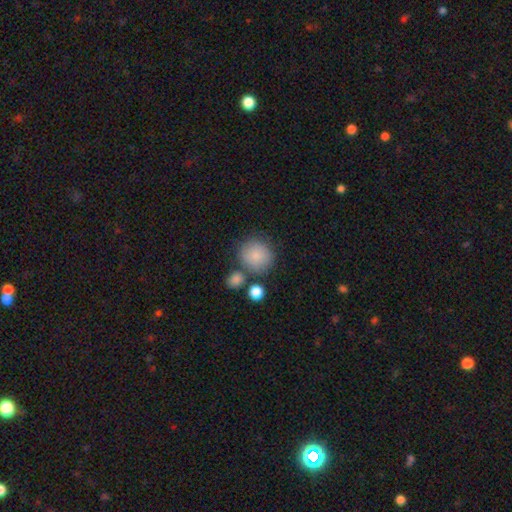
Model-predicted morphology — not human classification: Overall: smooth (83%). How rounded: round (89%). Merging: none (68%).